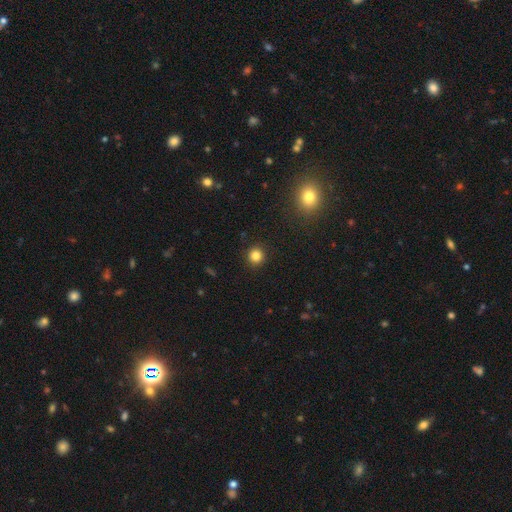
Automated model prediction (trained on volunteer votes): Smooth or featured? smooth (83%)
How rounded? round (92%)
Merging? none (91%)